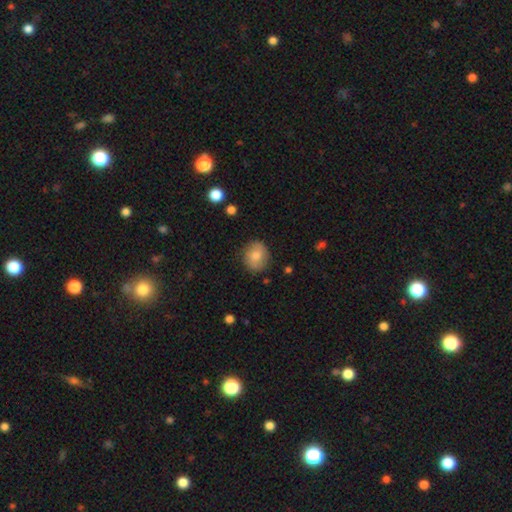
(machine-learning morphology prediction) Smooth or featured? smooth (76%)
How rounded? round (77%)
Merging? none (83%)